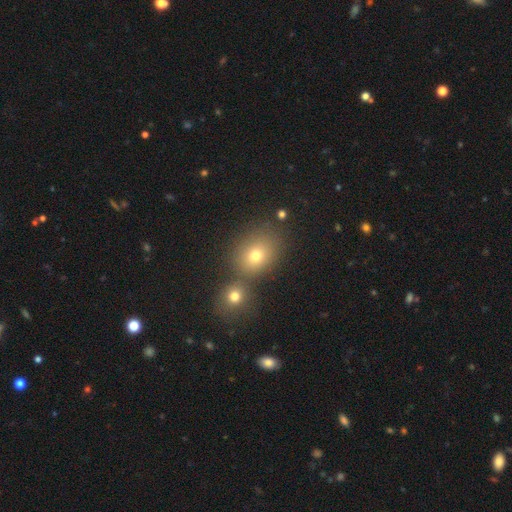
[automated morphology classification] type=smooth (71%); roundness=round (56%); merging=none (60%).